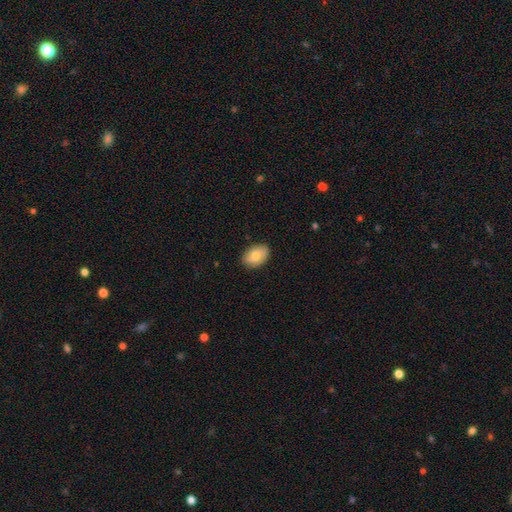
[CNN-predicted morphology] Smooth or featured: smooth — 76% (featured or disk — 18%)
How rounded: in between — 85% (round — 14%)
Merging: none — 83% (minor disturbance — 14%)